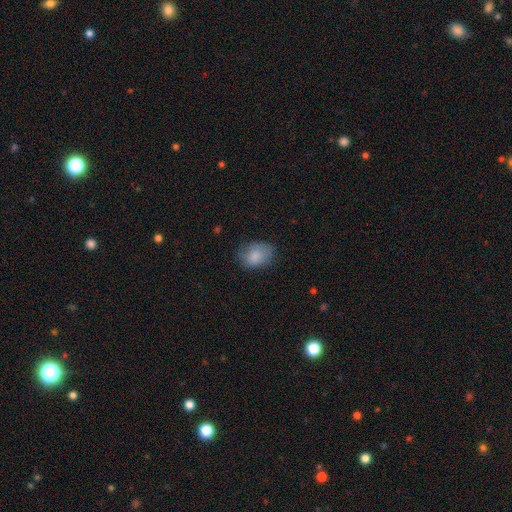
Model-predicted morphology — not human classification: Overall: smooth (84%). How rounded: in between (74%). Merging: none (69%).